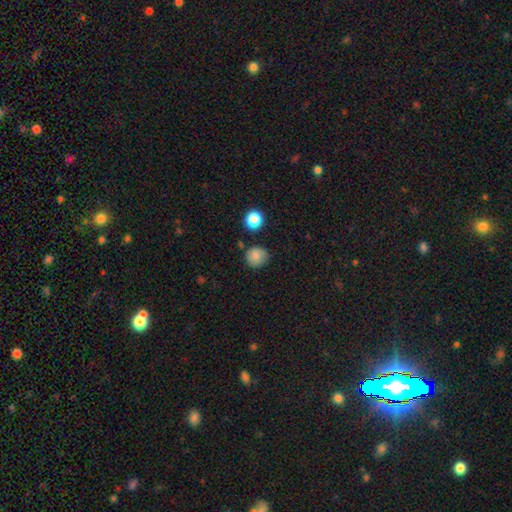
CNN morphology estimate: Smooth or featured? smooth (81%)
How rounded? round (86%)
Merging? none (77%)